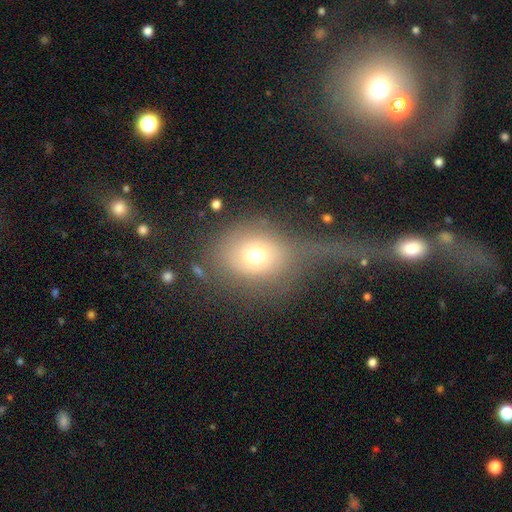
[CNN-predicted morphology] smooth_or_featured: smooth (p=0.66) [alt: featured or disk p=0.22]
how_rounded: round (p=0.67) [alt: in between p=0.32]
merging: major disturbance (p=0.42) [alt: none p=0.30]